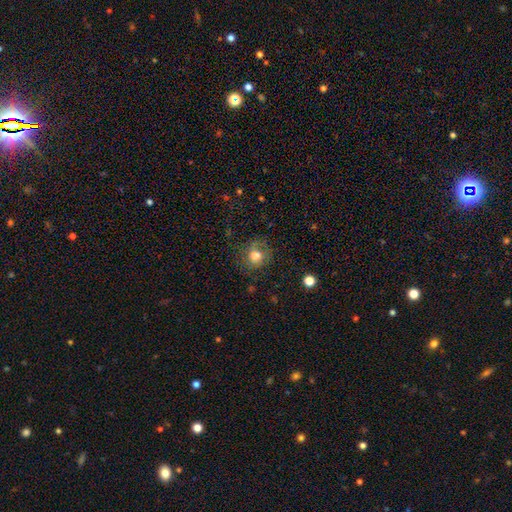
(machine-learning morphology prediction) This is likely a smooth galaxy (71%). How rounded: likely round (76%). Merging: likely none (63%).